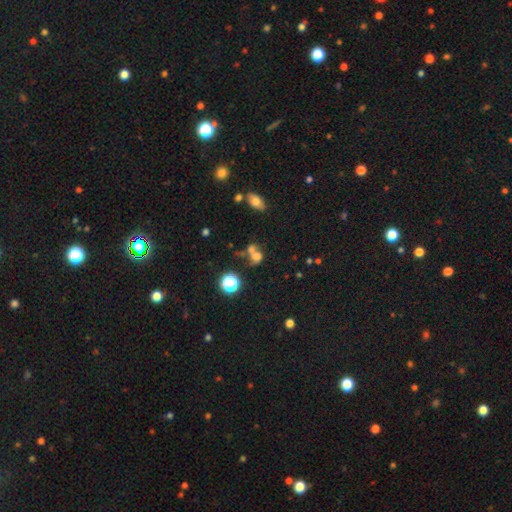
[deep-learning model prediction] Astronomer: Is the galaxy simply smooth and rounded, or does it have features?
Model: smooth — 63%.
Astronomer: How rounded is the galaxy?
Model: round — 55% (runner-up: in between, 43%).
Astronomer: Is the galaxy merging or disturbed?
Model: merger — 51% (runner-up: none, 30%).